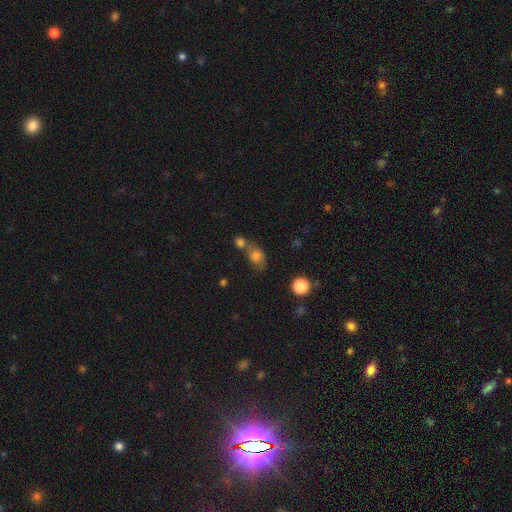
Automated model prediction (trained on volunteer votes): Smooth or featured: smooth — 75% (star or artifact — 13%)
How rounded: in between — 60% (round — 37%)
Merging: merger — 45% (none — 34%)